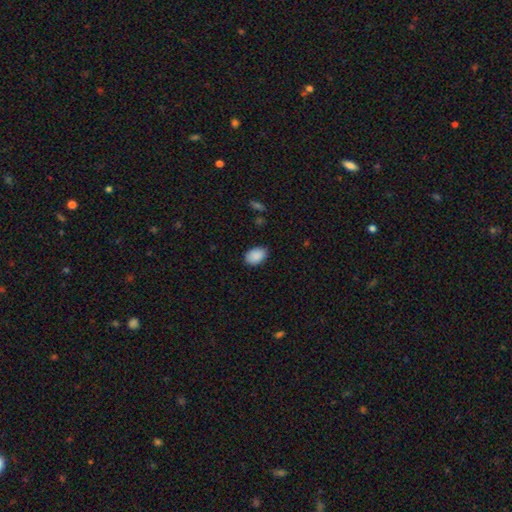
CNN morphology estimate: A smooth galaxy with no disk features (90%) that is in between round and cigar-shaped (86%).

Vote fractions:
- Smooth or featured? smooth: 90% / star or artifact: 7% / featured or disk: 3%
- How rounded? in between: 86% / round: 13% / cigar-shaped: 1%
- Merging? none: 84% / minor disturbance: 12% / major disturbance: 2% / merger: 1%